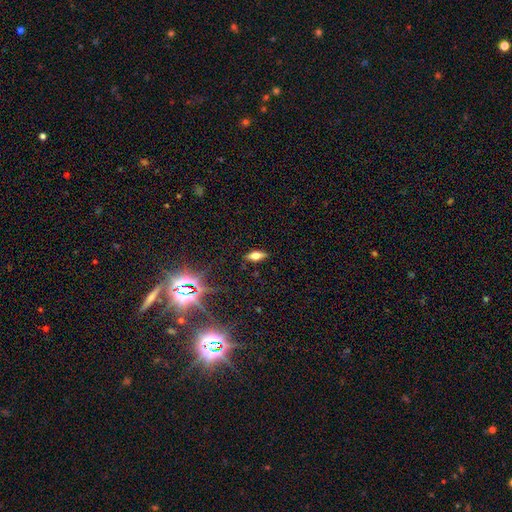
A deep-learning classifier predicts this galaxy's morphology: The model was most divided on "smooth or featured": smooth: 54%, featured or disk: 31%, star or artifact: 15%. More confident: merging — none (86%); how rounded — in between (74%).